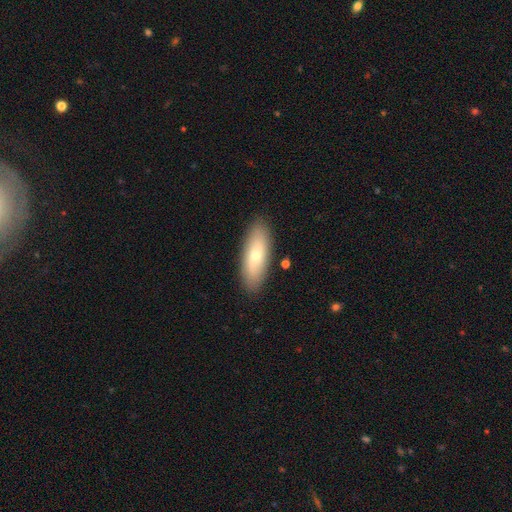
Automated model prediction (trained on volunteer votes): smooth-or-featured: smooth: 68% | featured or disk: 26% | star or artifact: 6%
  how-rounded: in between: 67% | cigar-shaped: 30% | round: 2%
  merging: none: 88% | minor disturbance: 9% | major disturbance: 2% | merger: 1%